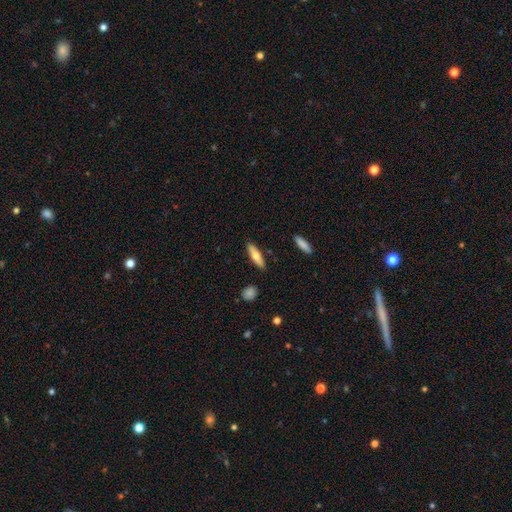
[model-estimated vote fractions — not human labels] smooth-or-featured: smooth: 66% | featured or disk: 28% | star or artifact: 6%
  how-rounded: cigar-shaped: 63% | in between: 35% | round: 2%
  merging: none: 87% | minor disturbance: 9% | merger: 2% | major disturbance: 2%